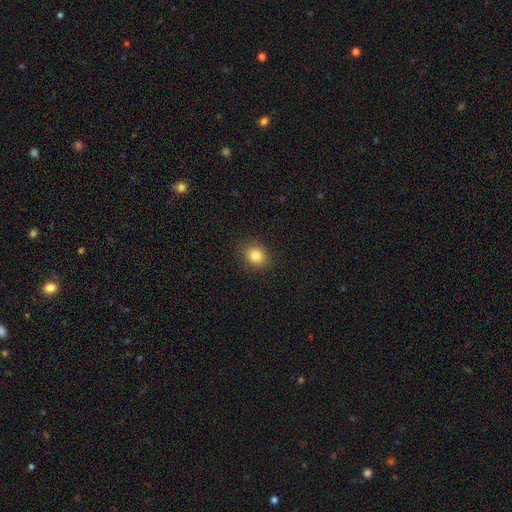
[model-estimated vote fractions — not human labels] smooth-or-featured: smooth: 84% | star or artifact: 11% | featured or disk: 5%
  how-rounded: round: 66% | in between: 33% | cigar-shaped: 1%
  merging: none: 88% | minor disturbance: 8% | major disturbance: 2% | merger: 1%